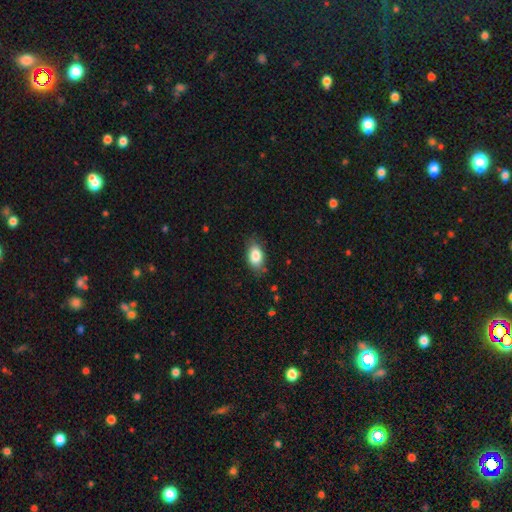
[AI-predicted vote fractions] Q: Smooth or featured?
A: smooth (84%); runner-up: featured or disk (8%)
Q: How rounded?
A: in between (89%); runner-up: round (9%)
Q: Merging?
A: none (80%); runner-up: minor disturbance (16%)